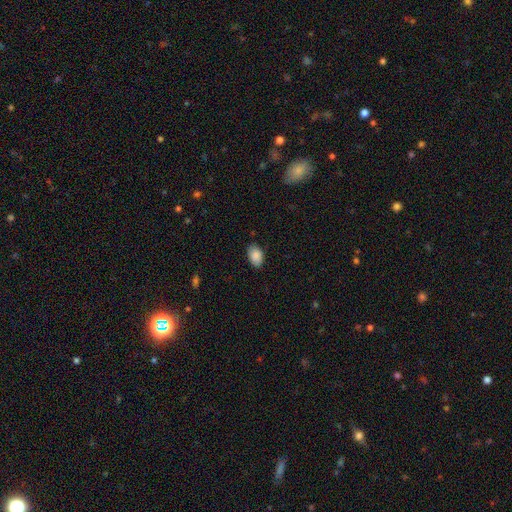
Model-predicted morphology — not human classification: A smooth galaxy with no disk features (89%) that is in between round and cigar-shaped (89%). Merging: none (83%).